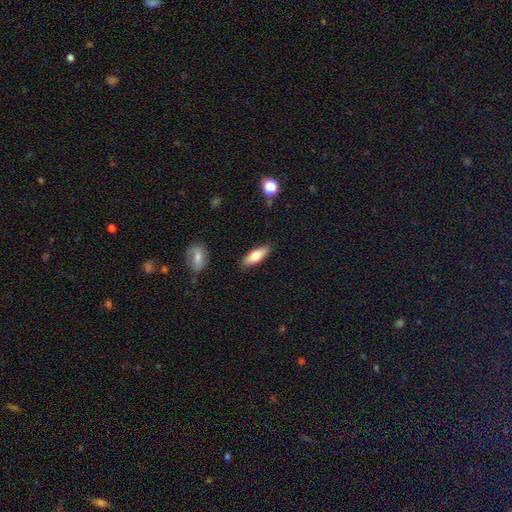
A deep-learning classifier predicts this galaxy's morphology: Smooth or featured: smooth — 66% (featured or disk — 28%)
How rounded: in between — 61% (cigar-shaped — 36%)
Merging: none — 87% (minor disturbance — 9%)